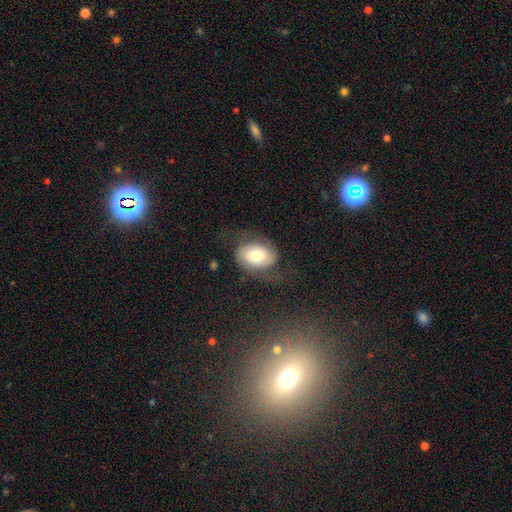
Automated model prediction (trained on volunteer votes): A featured or disk galaxy (56%) with no bar (68%), spiral arms (86%) and a moderate central bulge (59%).

Vote fractions:
- Smooth or featured? featured or disk: 56% / smooth: 34% / star or artifact: 9%
- Edge-on disk? no: 96% / yes: 4%
- Bar? no: 68% / weak: 23% / strong: 9%
- Spiral arms? yes: 86% / no: 14%
- Bulge size? moderate: 59% / large: 19% / small: 16% / dominant: 5% / none: 2%
- Merging? none: 64% / minor disturbance: 20% / major disturbance: 15% / merger: 2%